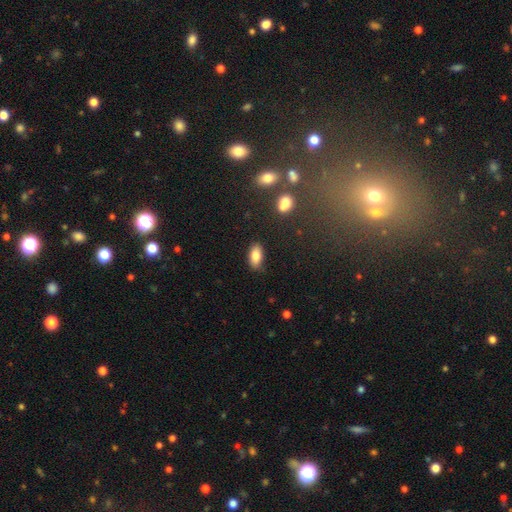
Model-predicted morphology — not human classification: smooth_or_featured: smooth (p=0.84) [alt: star or artifact p=0.08]
how_rounded: in between (p=0.90) [alt: cigar-shaped p=0.06]
merging: none (p=0.84) [alt: minor disturbance p=0.12]